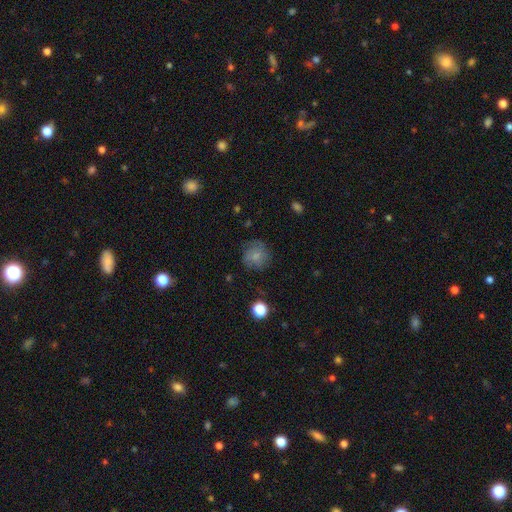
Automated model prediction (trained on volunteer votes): Morphology: type=smooth (72%); roundness=round (85%); merging=none (69%).